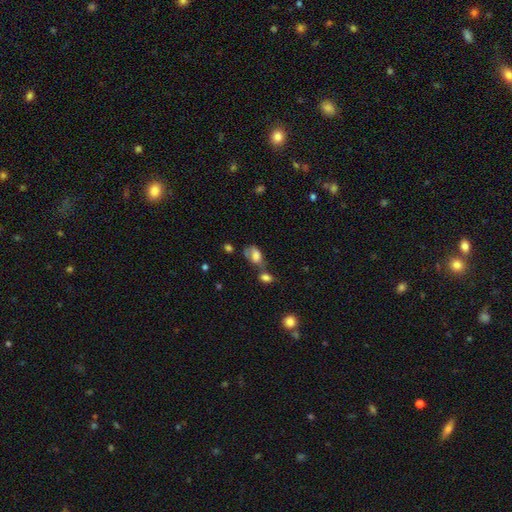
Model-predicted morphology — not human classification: smooth-or-featured: smooth: 69% | featured or disk: 20% | star or artifact: 11%
  how-rounded: in between: 88% | round: 10% | cigar-shaped: 2%
  merging: merger: 38% | none: 26% | minor disturbance: 20% | major disturbance: 17%